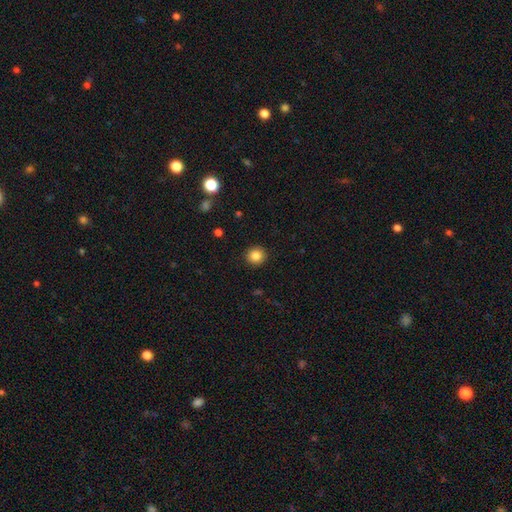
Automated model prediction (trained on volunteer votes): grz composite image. It shows a smooth galaxy with no disk features (85%) that is round (93%). Merging: none (92%).